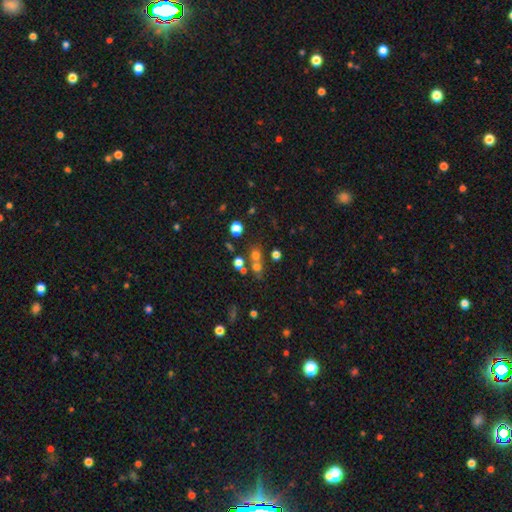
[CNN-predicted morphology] smooth-or-featured: smooth: 61% | star or artifact: 27% | featured or disk: 12%
  how-rounded: round: 81% | in between: 18% | cigar-shaped: 1%
  merging: none: 54% | merger: 33% | minor disturbance: 8% | major disturbance: 5%